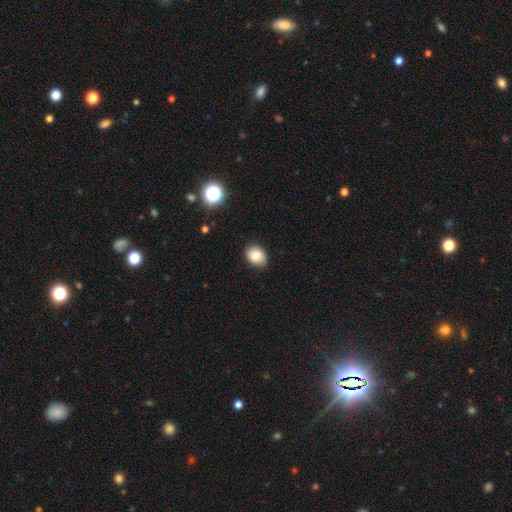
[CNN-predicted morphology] Q: Smooth or featured?
A: smooth (85%); runner-up: star or artifact (9%)
Q: How rounded?
A: in between (61%); runner-up: round (38%)
Q: Merging?
A: none (82%); runner-up: minor disturbance (14%)